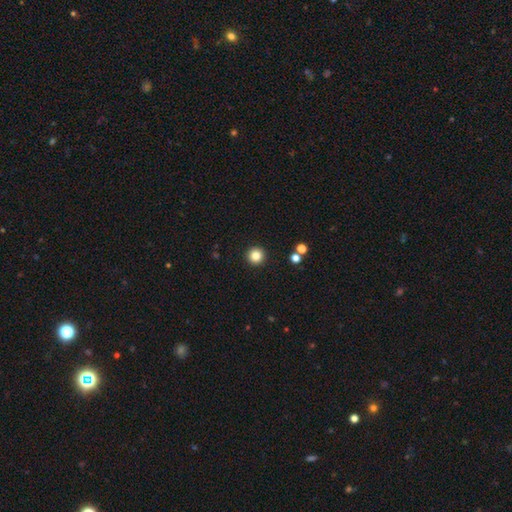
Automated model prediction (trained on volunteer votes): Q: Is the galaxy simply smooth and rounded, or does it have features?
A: smooth — 84%.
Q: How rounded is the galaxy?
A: round — 96%.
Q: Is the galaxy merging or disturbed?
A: none — 93%.